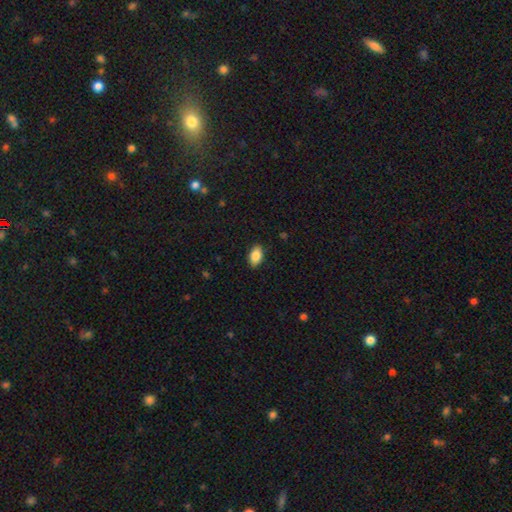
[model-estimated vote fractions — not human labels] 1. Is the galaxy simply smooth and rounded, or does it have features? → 86% smooth, 7% star or artifact, 7% featured or disk.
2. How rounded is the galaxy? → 91% in between, 7% round, 2% cigar-shaped.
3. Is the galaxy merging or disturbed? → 87% none, 10% minor disturbance, 2% major disturbance, 1% merger.